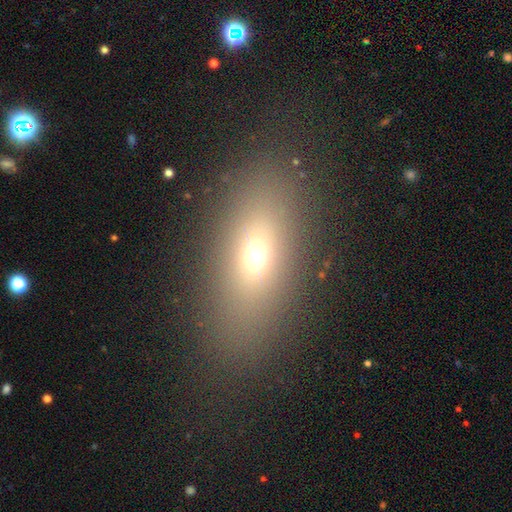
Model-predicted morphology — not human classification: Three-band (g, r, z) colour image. It shows a smooth galaxy with no disk features (63%) that is in between round and cigar-shaped (73%). Merging: none (83%).